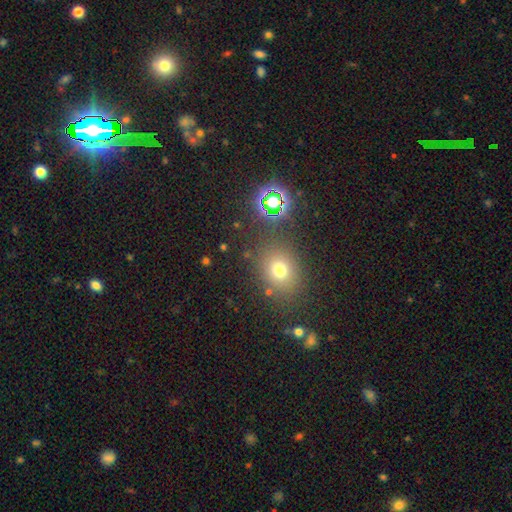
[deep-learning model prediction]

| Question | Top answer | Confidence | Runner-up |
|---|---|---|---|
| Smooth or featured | smooth | 52% | star or artifact (39%) |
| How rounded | round | 66% | in between (32%) |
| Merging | none | 83% | minor disturbance (8%) |